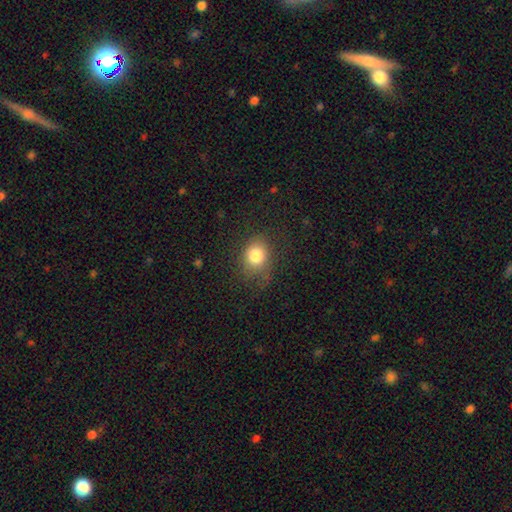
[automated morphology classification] A smooth galaxy with no disk features (81%) that is round (55%).

Vote fractions:
- Smooth or featured? smooth: 81% / star or artifact: 10% / featured or disk: 8%
- How rounded? round: 55% / in between: 44% / cigar-shaped: 1%
- Merging? none: 66% / minor disturbance: 21% / major disturbance: 11% / merger: 1%